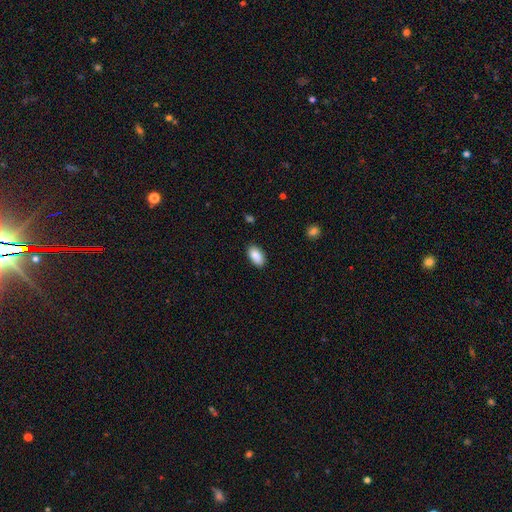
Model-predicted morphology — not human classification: Smooth or featured?
  - smooth: 89% *
  - star or artifact: 7%
  - featured or disk: 4%
How rounded?
  - in between: 94% *
  - round: 3%
  - cigar-shaped: 3%
Merging?
  - none: 87% *
  - minor disturbance: 10%
  - major disturbance: 2%
  - merger: 1%